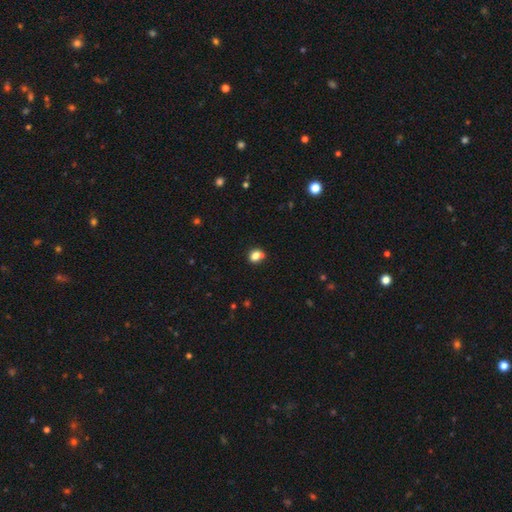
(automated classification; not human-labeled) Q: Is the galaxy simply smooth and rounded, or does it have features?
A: smooth — 81%.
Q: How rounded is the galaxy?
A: round — 57%.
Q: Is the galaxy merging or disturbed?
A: none — 58%.